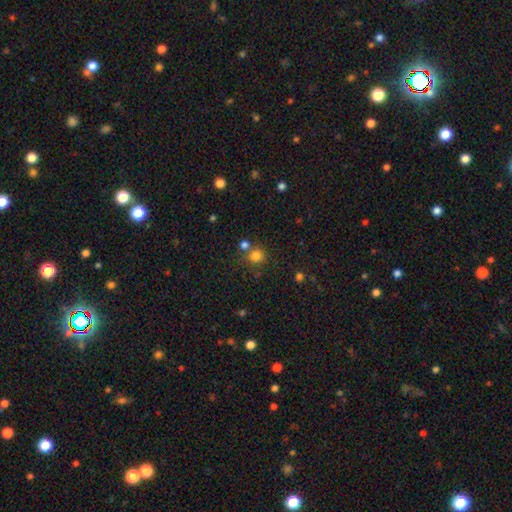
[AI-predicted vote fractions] A smooth galaxy with no disk features (79%) that is round (85%).

Vote fractions:
- Smooth or featured? smooth: 79% / star or artifact: 15% / featured or disk: 6%
- How rounded? round: 85% / in between: 14% / cigar-shaped: 1%
- Merging? none: 66% / merger: 20% / minor disturbance: 10% / major disturbance: 4%